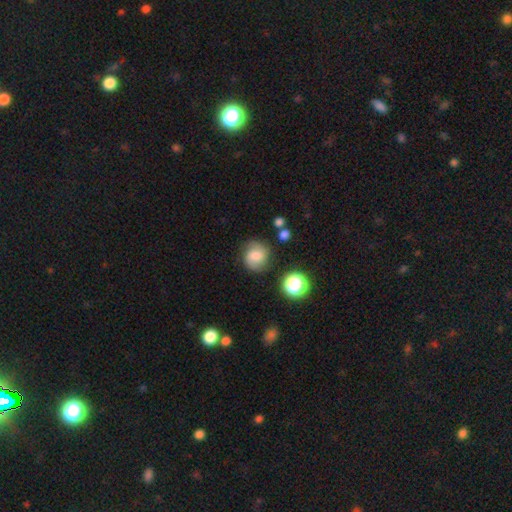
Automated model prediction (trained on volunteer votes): This is possibly a smooth galaxy (58%). How rounded: clearly round (83%). Merging: likely none (74%).